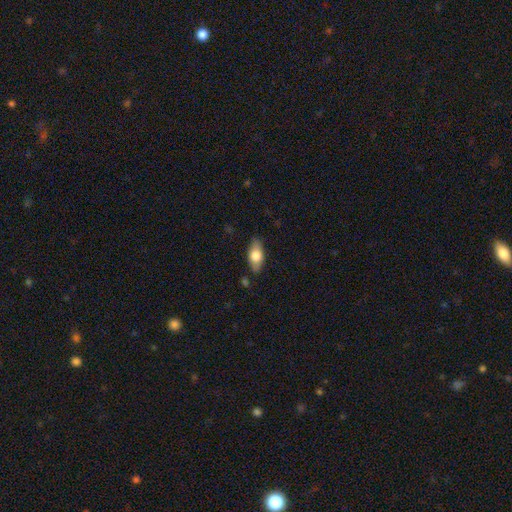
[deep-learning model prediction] Smooth or featured? smooth (68%)
How rounded? in between (84%)
Merging? none (81%)